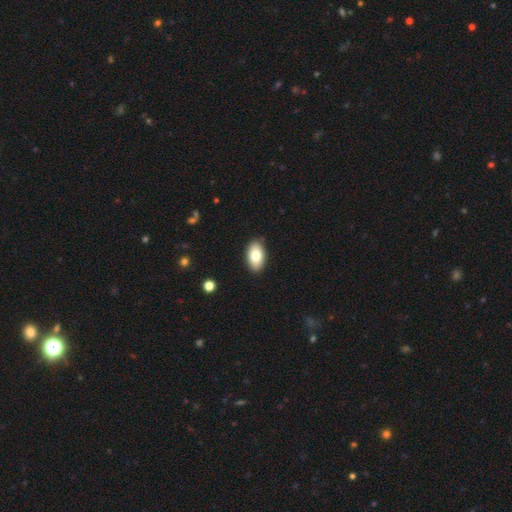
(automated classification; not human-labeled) Smooth or featured? Predicted: smooth (p=0.80). How rounded? Predicted: in between (p=0.94). Merging? Predicted: none (p=0.88).